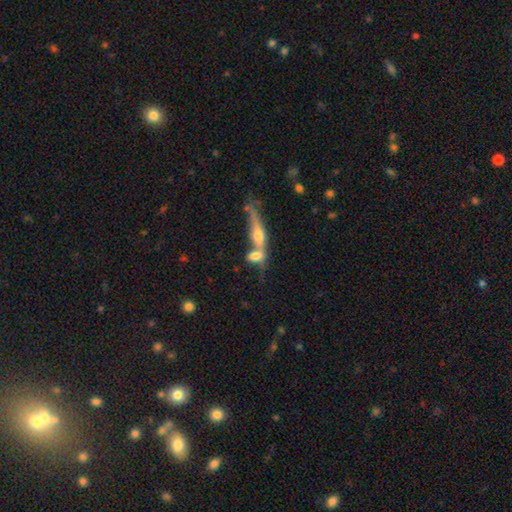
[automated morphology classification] Smooth or featured: featured or disk — 46% (smooth — 45%)
Merging: merger — 55% (none — 29%)